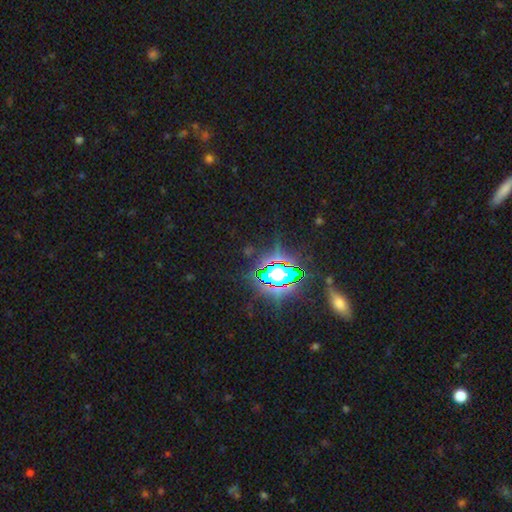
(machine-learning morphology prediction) Q: Smooth or featured?
A: star or artifact (81%); runner-up: smooth (11%)